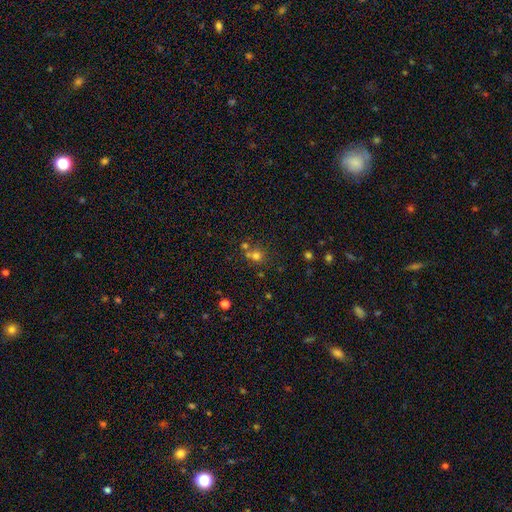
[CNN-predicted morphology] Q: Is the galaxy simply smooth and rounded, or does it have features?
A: smooth — 69%.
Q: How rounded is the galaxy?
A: round — 85%.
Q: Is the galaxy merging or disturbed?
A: none — 54%.